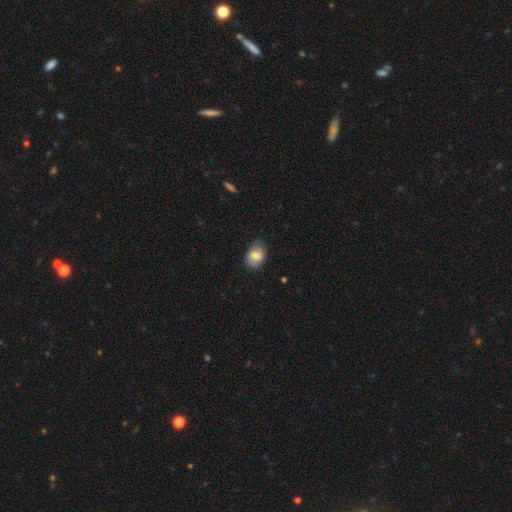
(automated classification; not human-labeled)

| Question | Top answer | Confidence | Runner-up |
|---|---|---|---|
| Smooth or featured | smooth | 77% | featured or disk (16%) |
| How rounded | in between | 82% | round (17%) |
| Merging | none | 75% | minor disturbance (20%) |